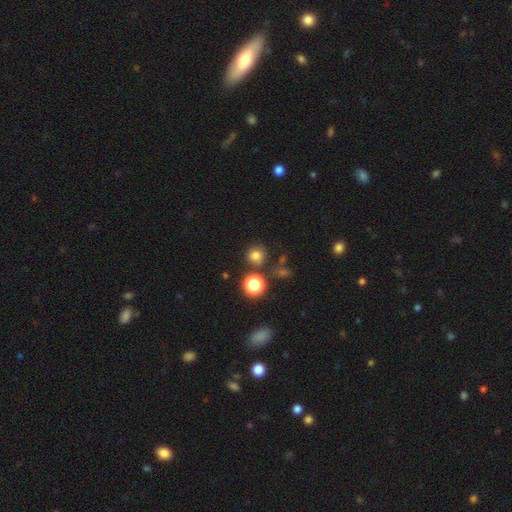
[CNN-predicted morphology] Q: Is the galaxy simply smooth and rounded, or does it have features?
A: smooth — 74%.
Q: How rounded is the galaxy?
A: round — 91%.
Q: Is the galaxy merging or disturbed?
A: none — 81%.